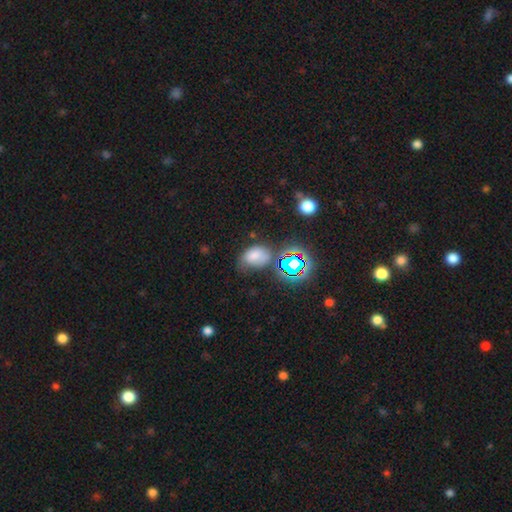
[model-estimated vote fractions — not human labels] A smooth galaxy with no disk features (66%) that is in between round and cigar-shaped (80%).

Vote fractions:
- Smooth or featured? smooth: 66% / star or artifact: 23% / featured or disk: 11%
- How rounded? in between: 80% / round: 19% / cigar-shaped: 1%
- Merging? none: 50% / minor disturbance: 30% / major disturbance: 12% / merger: 7%